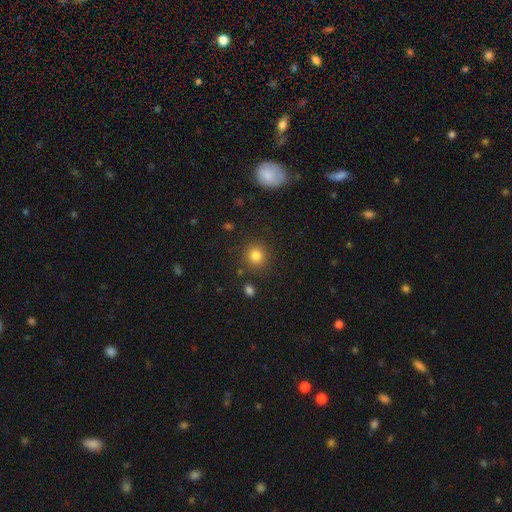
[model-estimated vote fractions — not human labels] smooth_or_featured: smooth (p=0.82) [alt: star or artifact p=0.12]
how_rounded: round (p=0.91) [alt: in between p=0.08]
merging: none (p=0.87) [alt: minor disturbance p=0.07]